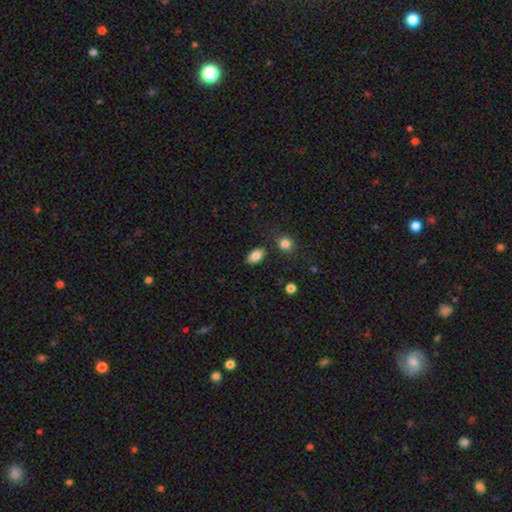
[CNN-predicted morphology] The model was most divided on "merging": none: 82%, minor disturbance: 11%, merger: 4%, major disturbance: 3%. More confident: how rounded — in between (91%); smooth or featured — smooth (85%).